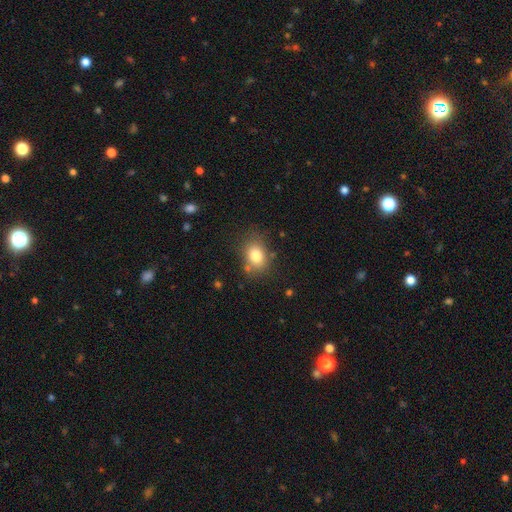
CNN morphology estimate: Overall: smooth (80%). How rounded: in between (62%; round 37%). Merging: none (73%).